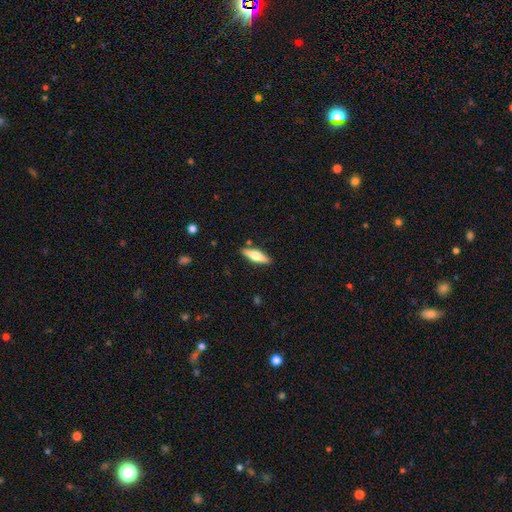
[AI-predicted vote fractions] The model was most divided on "smooth or featured": smooth: 49%, featured or disk: 45%, star or artifact: 6%. More confident: merging — none (87%).